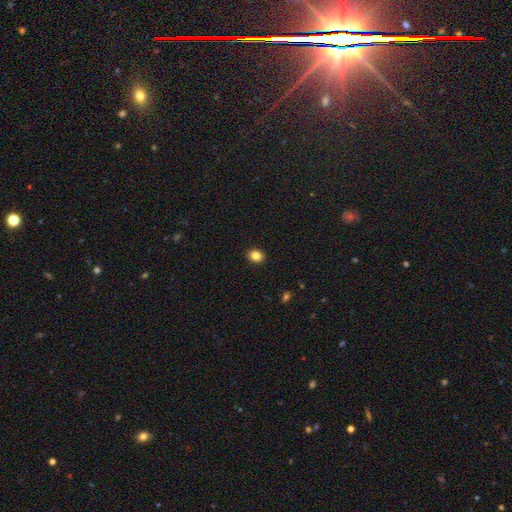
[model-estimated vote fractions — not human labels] smooth 84%, star or artifact 10%, featured or disk 6%. Down the decision tree: how rounded — round (51%); merging — none (91%).